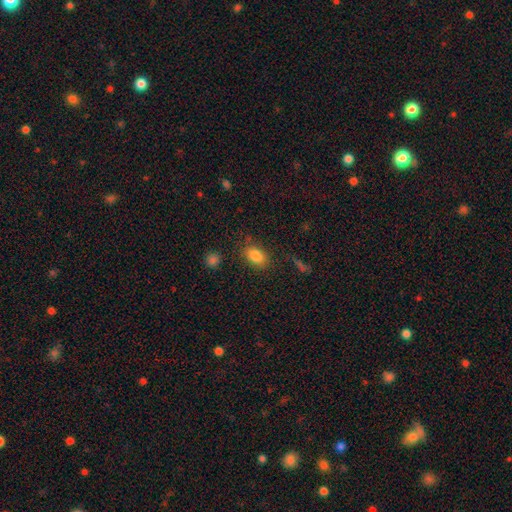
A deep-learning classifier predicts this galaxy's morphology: Smooth or featured? Predicted: smooth (p=0.84). How rounded? Predicted: in between (p=0.84). Merging? Predicted: none (p=0.80).